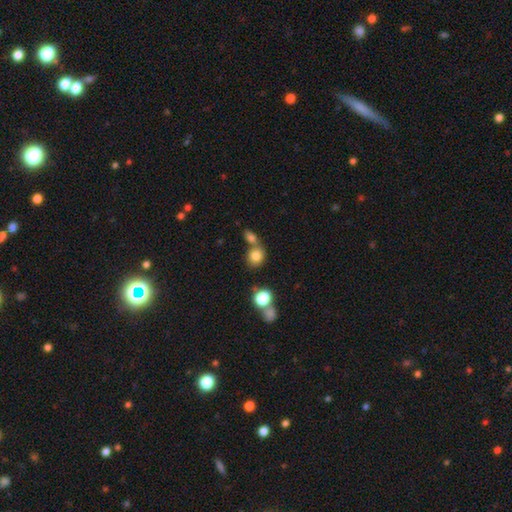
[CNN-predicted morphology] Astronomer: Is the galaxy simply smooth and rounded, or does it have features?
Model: smooth — 80%.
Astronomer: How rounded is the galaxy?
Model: round — 73%.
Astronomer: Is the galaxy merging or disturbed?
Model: none — 54% (runner-up: merger, 32%).